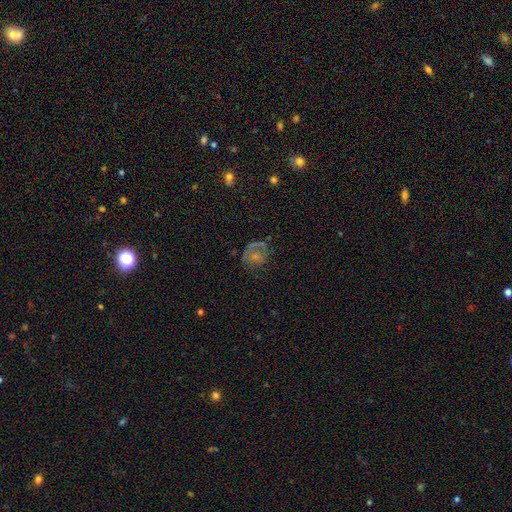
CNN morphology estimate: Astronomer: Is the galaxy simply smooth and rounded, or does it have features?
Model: featured or disk — 43% (runner-up: smooth, 42%).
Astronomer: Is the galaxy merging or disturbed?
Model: none — 51%.